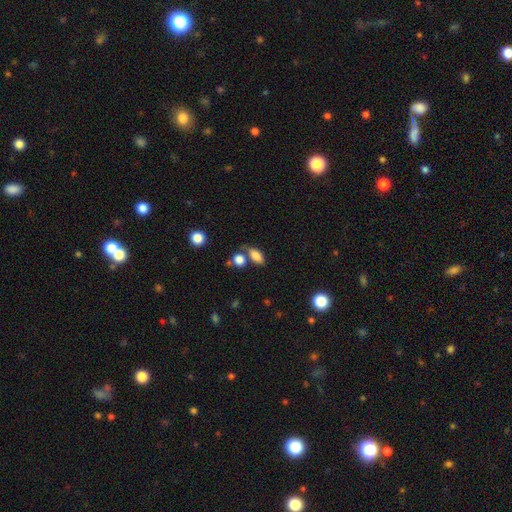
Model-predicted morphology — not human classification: type=smooth (80%); roundness=in between (84%); merging=none (59%).